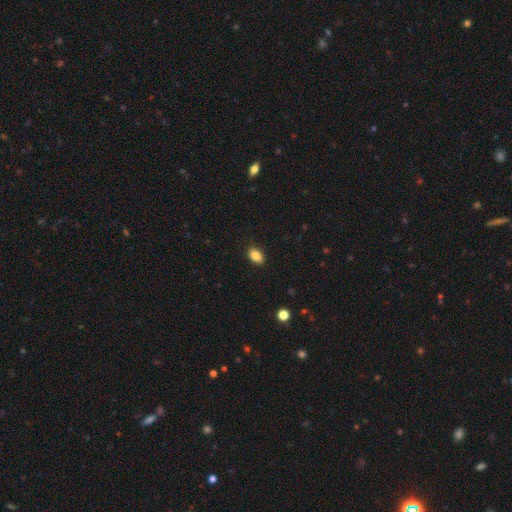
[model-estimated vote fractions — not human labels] Q: Smooth or featured?
A: smooth (86%); runner-up: star or artifact (9%)
Q: How rounded?
A: in between (87%); runner-up: round (12%)
Q: Merging?
A: none (88%); runner-up: minor disturbance (9%)